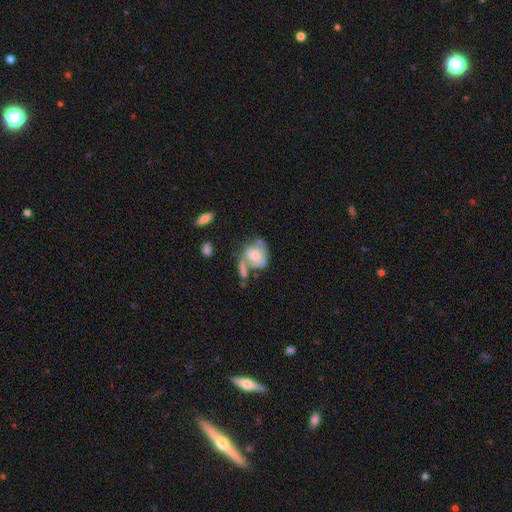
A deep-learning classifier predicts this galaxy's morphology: The model was most divided on "how rounded" (2-way tie): round: 49%, in between: 49%, cigar-shaped: 2%. Remaining: smooth or featured — smooth (55%); merging — none (32%).